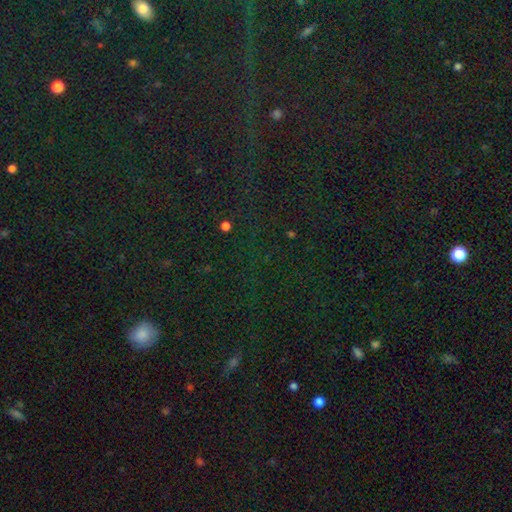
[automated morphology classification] Smooth or featured: star or artifact — 79% (smooth — 14%)